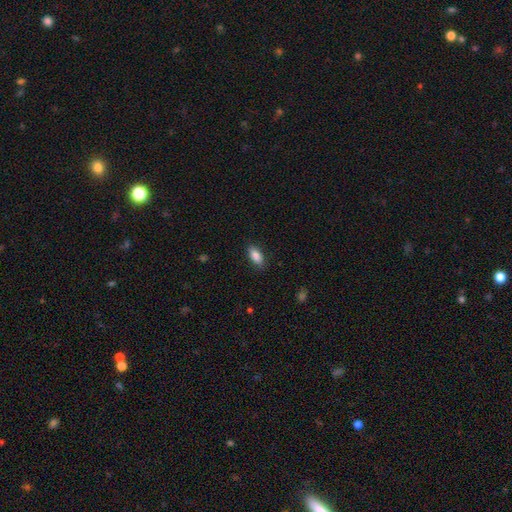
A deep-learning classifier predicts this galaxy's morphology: Smooth or featured: smooth — 88% (star or artifact — 7%)
How rounded: in between — 87% (cigar-shaped — 10%)
Merging: none — 85% (minor disturbance — 11%)